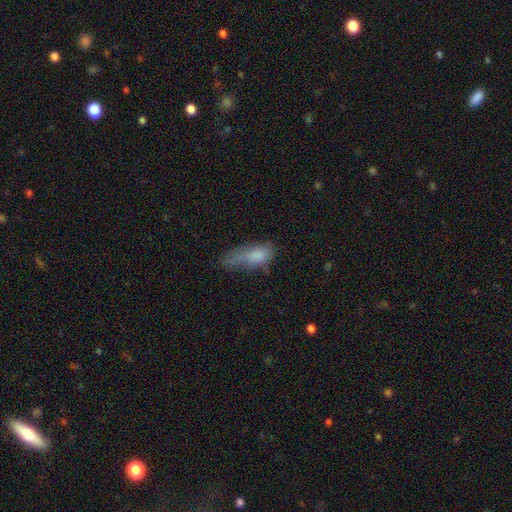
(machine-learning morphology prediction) Smooth or featured: smooth — 73% (featured or disk — 16%)
How rounded: in between — 71% (cigar-shaped — 25%)
Merging: major disturbance — 36% (minor disturbance — 32%)